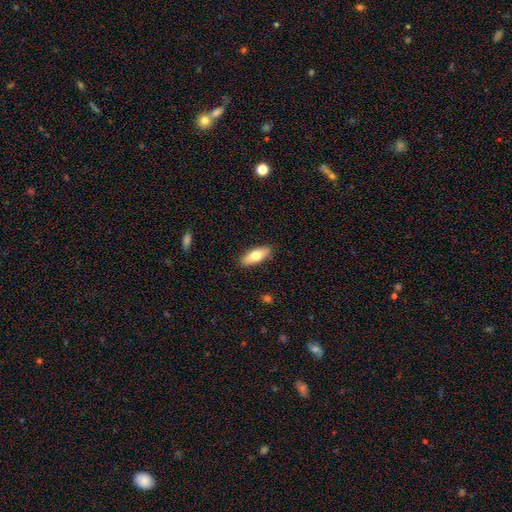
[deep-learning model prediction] smooth 68%, featured or disk 26%, star or artifact 6%. Down the decision tree: how rounded — in between (70%); merging — none (89%).